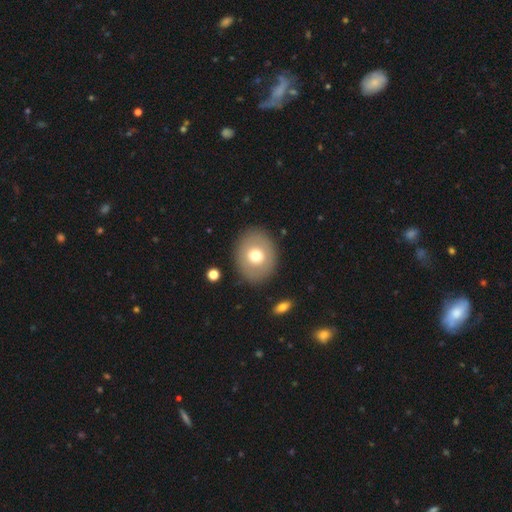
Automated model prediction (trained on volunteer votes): Morphology: type=smooth (68%); roundness=round (58%); merging=none (87%).